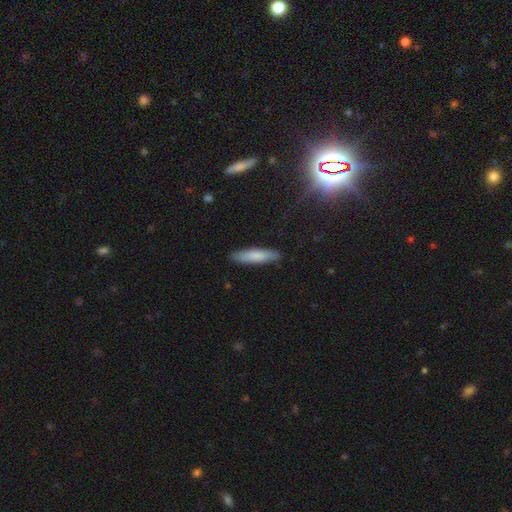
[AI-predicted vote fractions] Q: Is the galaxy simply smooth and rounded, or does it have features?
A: smooth — 80%.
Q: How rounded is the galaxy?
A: cigar-shaped — 79%.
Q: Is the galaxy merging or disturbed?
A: none — 88%.